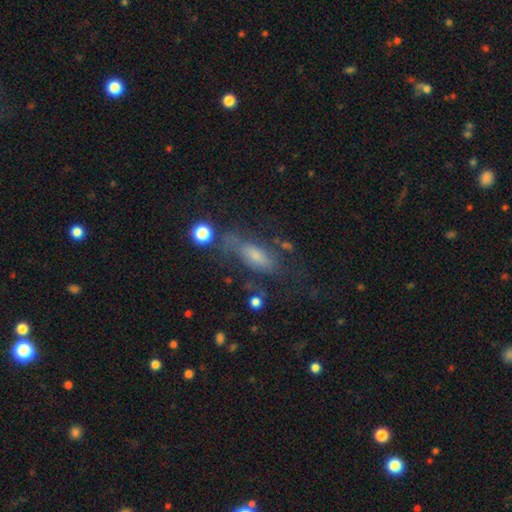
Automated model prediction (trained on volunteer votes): A smooth galaxy with no disk features (57%) that is in between round and cigar-shaped (70%). Merging: none (45%).